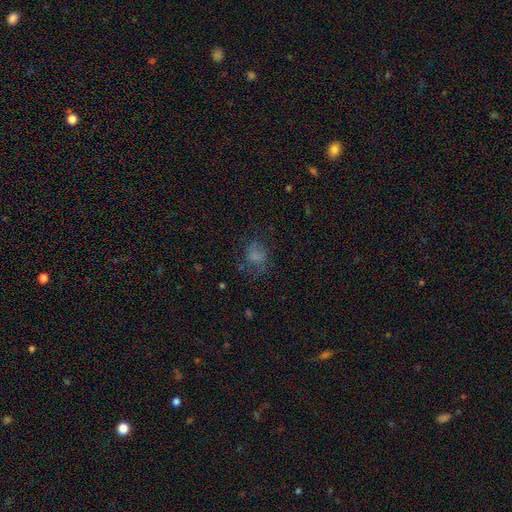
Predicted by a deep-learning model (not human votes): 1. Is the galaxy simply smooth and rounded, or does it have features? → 58% smooth, 22% featured or disk, 19% star or artifact.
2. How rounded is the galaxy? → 52% round, 47% in between, 1% cigar-shaped.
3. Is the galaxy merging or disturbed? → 52% none, 24% major disturbance, 22% minor disturbance, 2% merger.